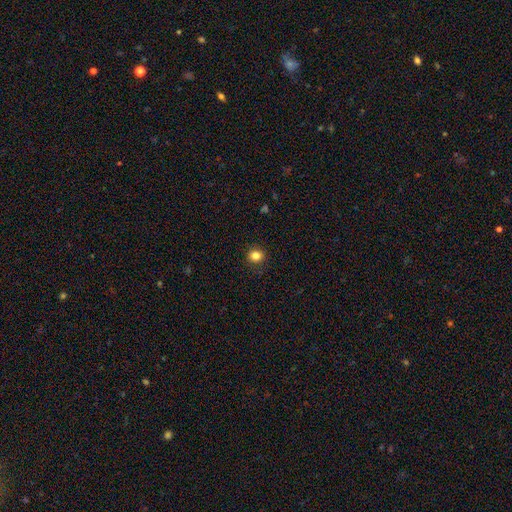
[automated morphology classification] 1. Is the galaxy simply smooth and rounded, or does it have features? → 83% smooth, 12% star or artifact, 5% featured or disk.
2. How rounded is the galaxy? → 70% round, 29% in between, 1% cigar-shaped.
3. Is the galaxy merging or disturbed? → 90% none, 7% minor disturbance, 2% major disturbance, 1% merger.